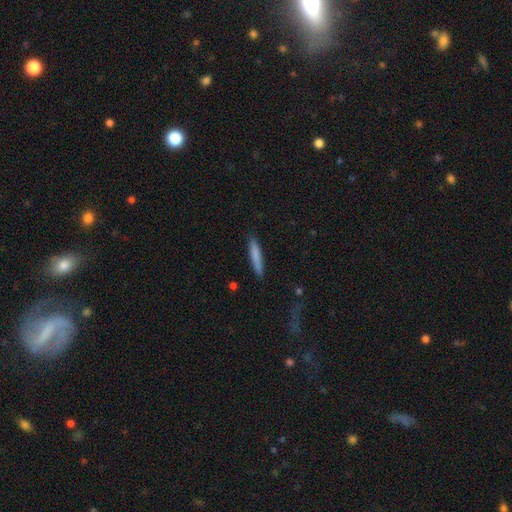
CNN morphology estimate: This appears to be a smooth galaxy with no disk features (81%) that is cigar-shaped (92%). Merging: none (87%).